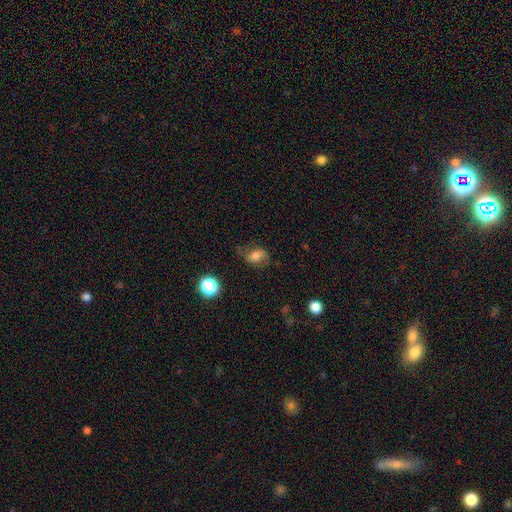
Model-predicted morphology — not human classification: smooth_or_featured: smooth (p=0.60) [alt: featured or disk p=0.27]
how_rounded: in between (p=0.66) [alt: round p=0.33]
merging: none (p=0.59) [alt: minor disturbance p=0.26]